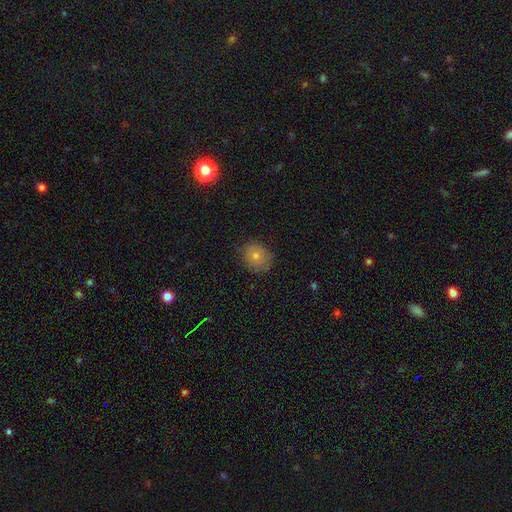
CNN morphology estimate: Q: Smooth or featured?
A: smooth (72%); runner-up: star or artifact (14%)
Q: How rounded?
A: round (66%); runner-up: in between (33%)
Q: Merging?
A: none (80%); runner-up: minor disturbance (15%)